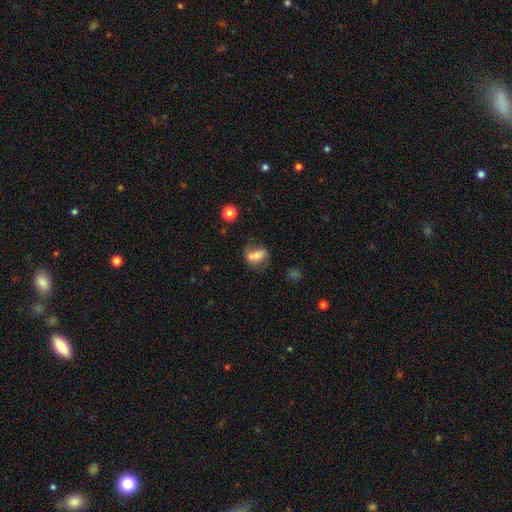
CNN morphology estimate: A smooth galaxy with no disk features (62%) that is in between round and cigar-shaped (71%).

Vote fractions:
- Smooth or featured? smooth: 62% / featured or disk: 26% / star or artifact: 11%
- How rounded? in between: 71% / round: 23% / cigar-shaped: 6%
- Merging? none: 40% / merger: 33% / minor disturbance: 18% / major disturbance: 10%